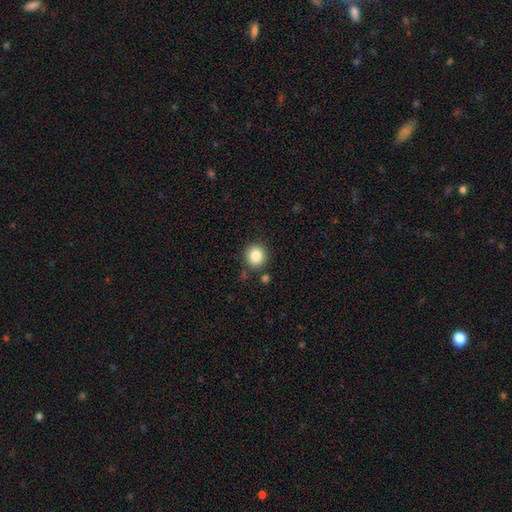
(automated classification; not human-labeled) Overall: smooth (84%). How rounded: round (90%). Merging: none (84%).